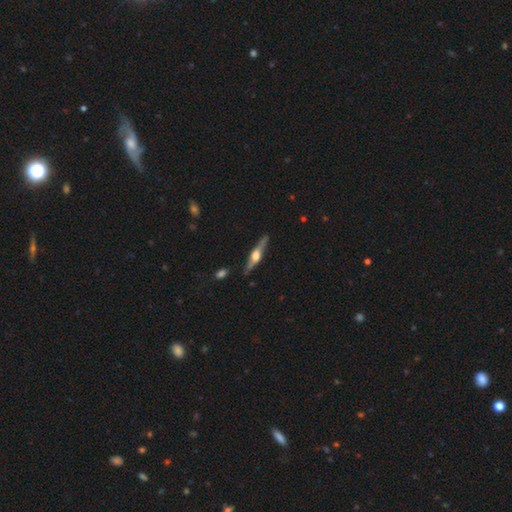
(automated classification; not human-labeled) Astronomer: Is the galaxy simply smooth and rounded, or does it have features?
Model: featured or disk — 77%.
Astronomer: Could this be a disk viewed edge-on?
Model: yes — 97%.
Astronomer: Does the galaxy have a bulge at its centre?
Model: rounded — 92%.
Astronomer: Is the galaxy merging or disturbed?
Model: none — 86%.